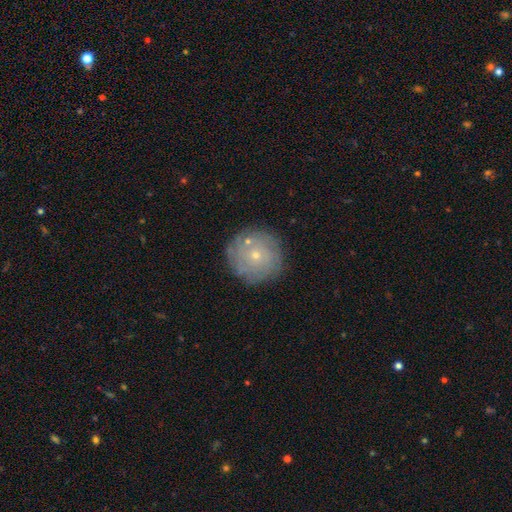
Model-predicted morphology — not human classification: Q: Smooth or featured?
A: featured or disk (48%); runner-up: smooth (42%)
Q: Merging?
A: none (81%); runner-up: minor disturbance (12%)